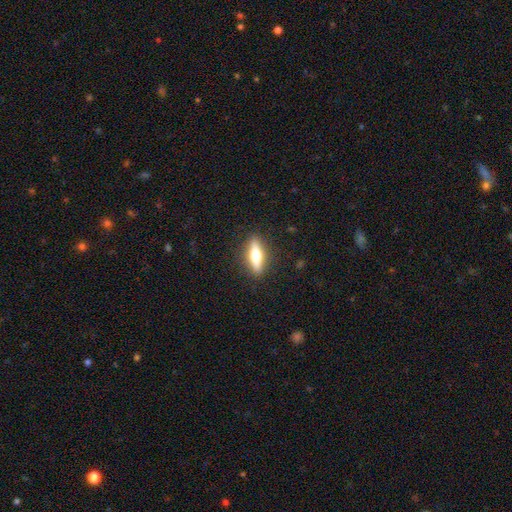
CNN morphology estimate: Smooth or featured?
  - smooth: 49% *
  - featured or disk: 45%
  - star or artifact: 6%
Merging?
  - none: 89% *
  - minor disturbance: 8%
  - major disturbance: 2%
  - merger: 1%